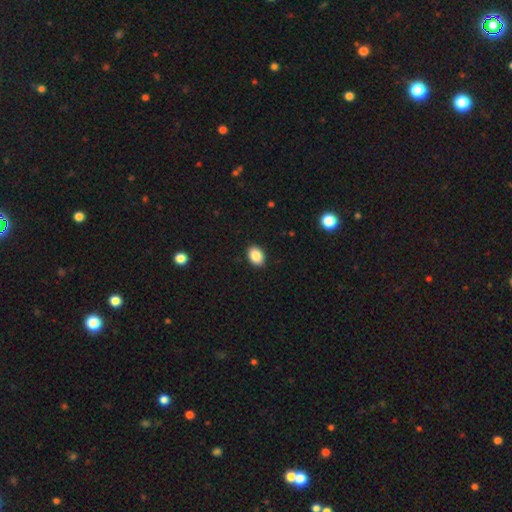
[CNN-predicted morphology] A smooth galaxy with no disk features (88%) that is in between round and cigar-shaped (76%).

Vote fractions:
- Smooth or featured? smooth: 88% / star or artifact: 8% / featured or disk: 4%
- How rounded? in between: 76% / round: 23% / cigar-shaped: 1%
- Merging? none: 91% / minor disturbance: 7% / major disturbance: 2% / merger: 1%